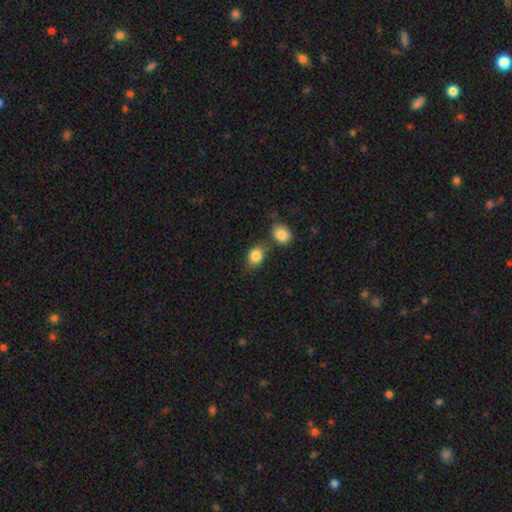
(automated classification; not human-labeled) Morphology: type=smooth (84%); roundness=in between (70%); merging=none (55%).